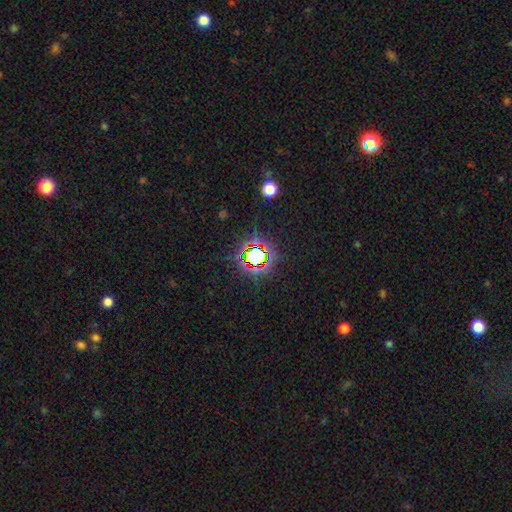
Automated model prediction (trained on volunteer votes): Smooth or featured?
  - star or artifact: 72% *
  - smooth: 18%
  - featured or disk: 10%